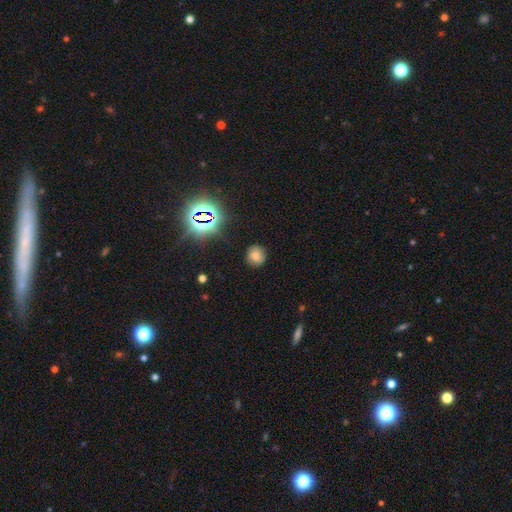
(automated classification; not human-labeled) This appears to be a smooth galaxy with no disk features (66%) that is round (85%). Merging: none (84%).